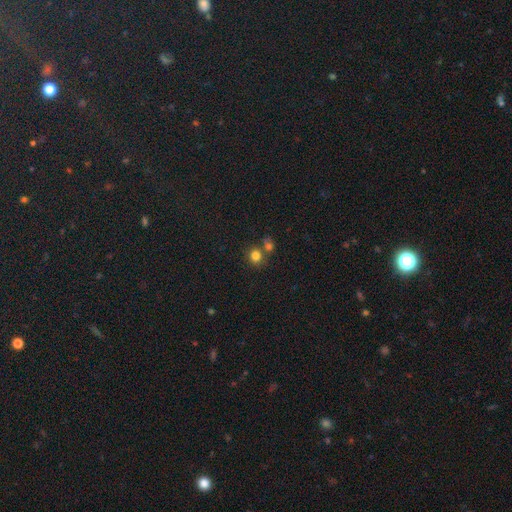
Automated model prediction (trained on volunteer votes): smooth 80%, star or artifact 14%, featured or disk 7%. Down the decision tree: how rounded — round (81%); merging — none (57%).